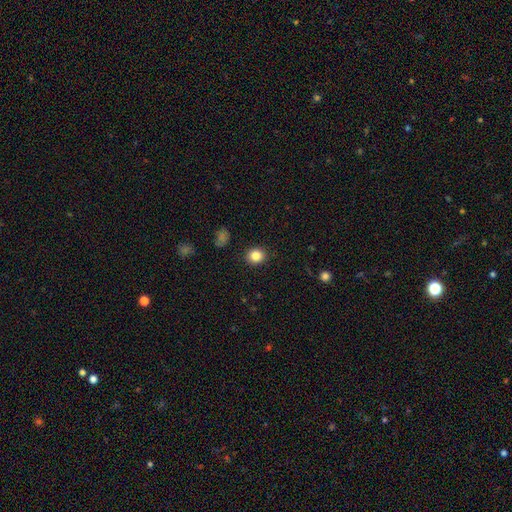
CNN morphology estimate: type=smooth (85%); roundness=round (78%); merging=none (91%).